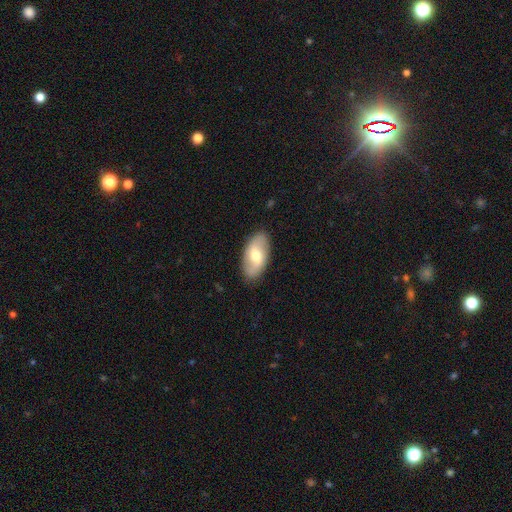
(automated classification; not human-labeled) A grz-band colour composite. It shows a featured or disk galaxy (47%, tied with smooth). Merging: none (87%).